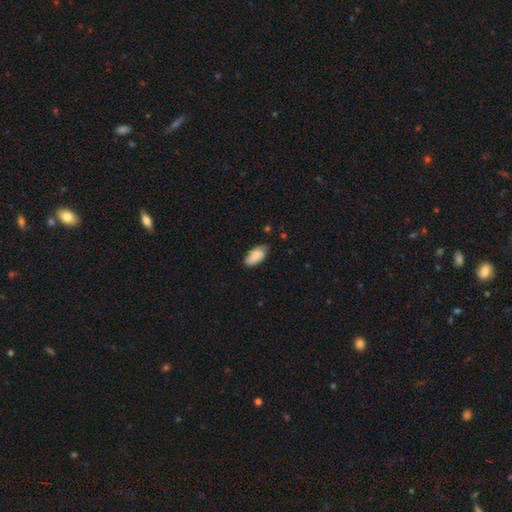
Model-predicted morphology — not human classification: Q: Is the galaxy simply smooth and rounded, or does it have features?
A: smooth — 85%.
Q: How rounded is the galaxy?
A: in between — 93%.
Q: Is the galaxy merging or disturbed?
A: none — 72%.